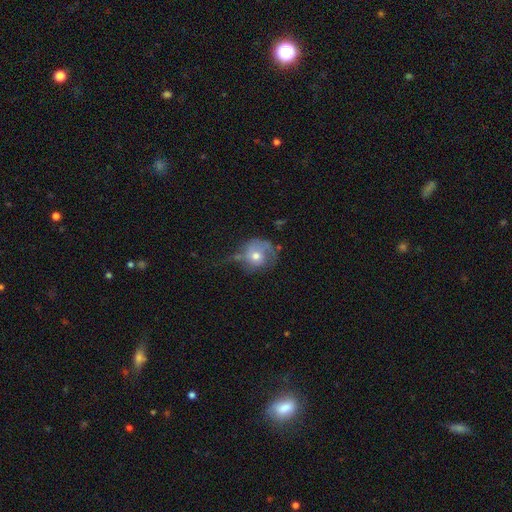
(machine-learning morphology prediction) Smooth or featured? smooth (55%)
How rounded? round (80%)
Merging? none (38%)